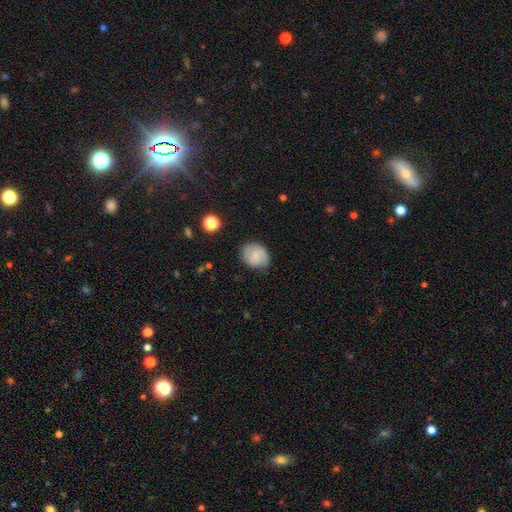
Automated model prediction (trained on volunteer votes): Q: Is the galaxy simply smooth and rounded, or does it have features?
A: featured or disk — 55%.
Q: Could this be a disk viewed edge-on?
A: no — 98%.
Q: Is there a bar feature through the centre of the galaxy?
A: no — 52%.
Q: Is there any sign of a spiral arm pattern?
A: yes — 92%.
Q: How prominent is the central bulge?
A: small — 49%.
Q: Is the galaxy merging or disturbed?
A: none — 78%.